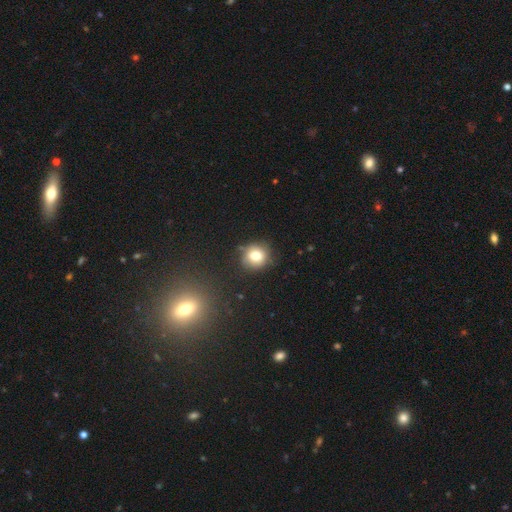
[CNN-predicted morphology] This is likely a smooth galaxy (76%). How rounded: clearly round (87%). Merging: clearly none (81%).